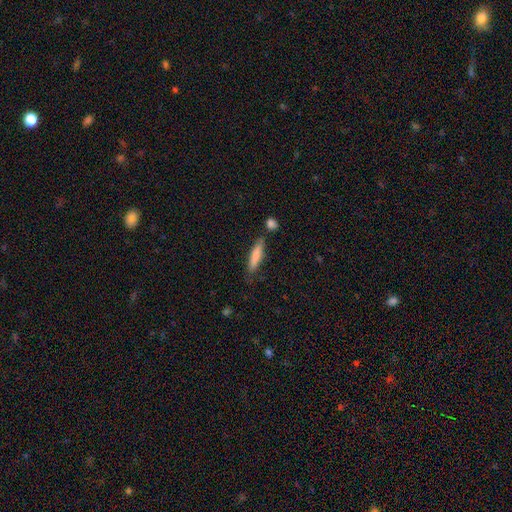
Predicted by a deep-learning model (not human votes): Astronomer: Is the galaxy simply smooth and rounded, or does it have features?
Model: smooth — 81%.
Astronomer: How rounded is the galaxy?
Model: cigar-shaped — 80%.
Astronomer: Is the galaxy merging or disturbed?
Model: none — 71%.